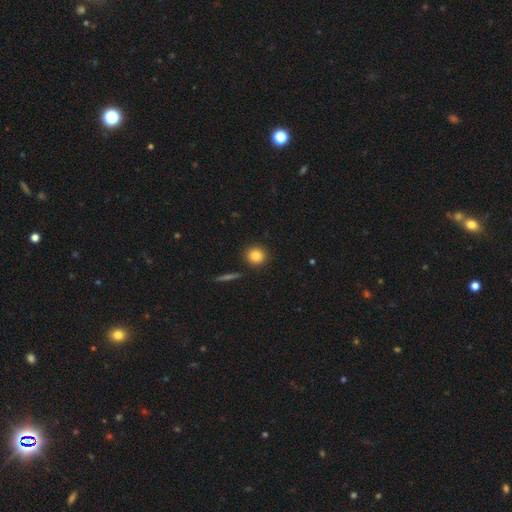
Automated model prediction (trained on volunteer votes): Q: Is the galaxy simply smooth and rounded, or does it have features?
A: smooth — 84%.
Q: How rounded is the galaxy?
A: round — 90%.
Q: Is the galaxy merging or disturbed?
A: none — 90%.